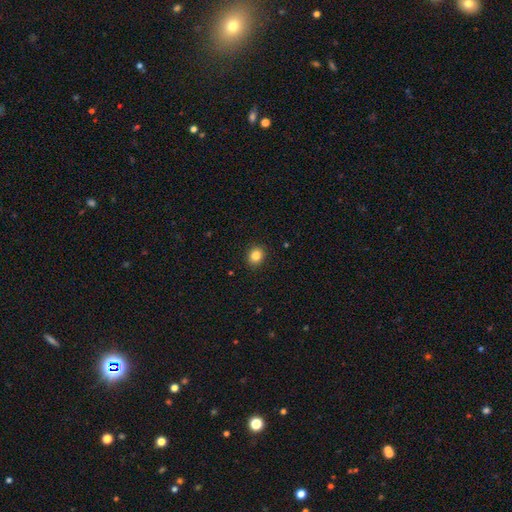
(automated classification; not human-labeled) smooth-or-featured: smooth: 84% | star or artifact: 10% | featured or disk: 5%
  how-rounded: round: 70% | in between: 30% | cigar-shaped: 1%
  merging: none: 91% | minor disturbance: 6% | major disturbance: 2% | merger: 1%